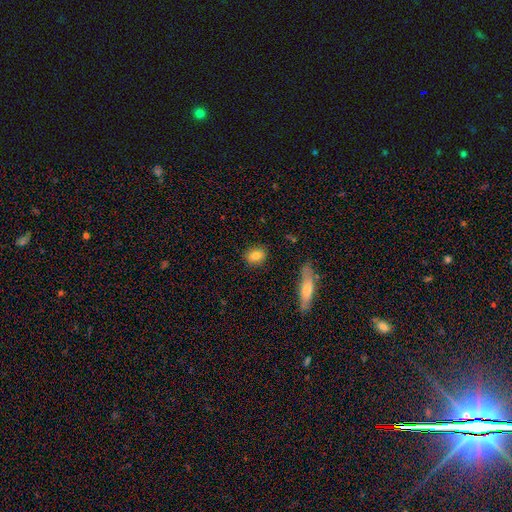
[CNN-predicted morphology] smooth-or-featured: smooth: 80% | featured or disk: 12% | star or artifact: 9%
  how-rounded: in between: 53% | round: 43% | cigar-shaped: 3%
  merging: none: 87% | minor disturbance: 9% | major disturbance: 2% | merger: 2%